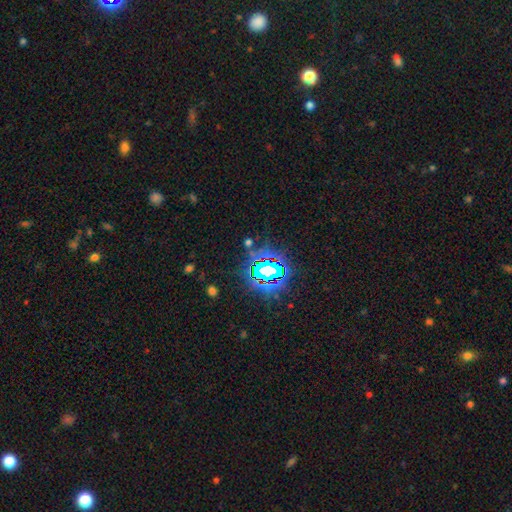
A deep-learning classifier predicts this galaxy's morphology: star or artifact 80%, smooth 12%, featured or disk 7%.